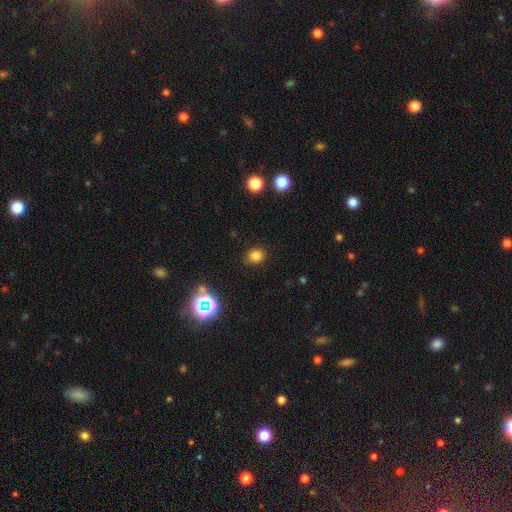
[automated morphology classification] Smooth or featured: smooth — 80% (star or artifact — 16%)
How rounded: round — 59% (in between — 40%)
Merging: none — 87% (minor disturbance — 9%)